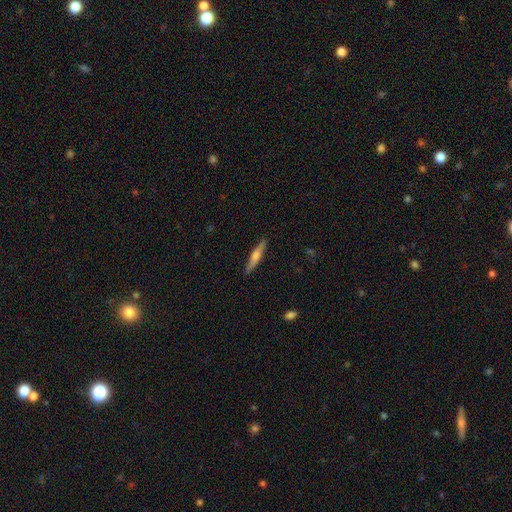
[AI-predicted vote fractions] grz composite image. It shows a featured or disk galaxy (54%) viewed edge-on (96%) with a rounded central bulge (80%). Merging: none (90%).